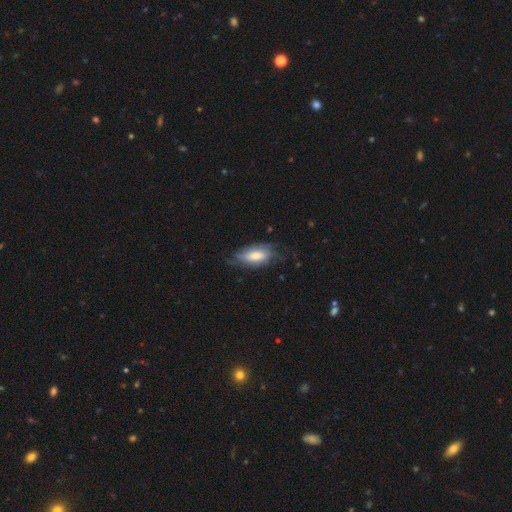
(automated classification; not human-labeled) Smooth or featured: smooth — 54% (featured or disk — 39%)
How rounded: in between — 84% (cigar-shaped — 13%)
Merging: none — 55% (minor disturbance — 29%)